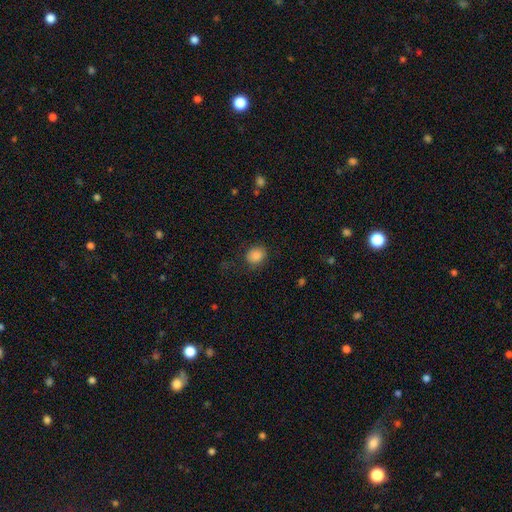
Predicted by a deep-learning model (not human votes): This appears to be a smooth galaxy with no disk features (87%) that is round (62%). Merging: none (79%).